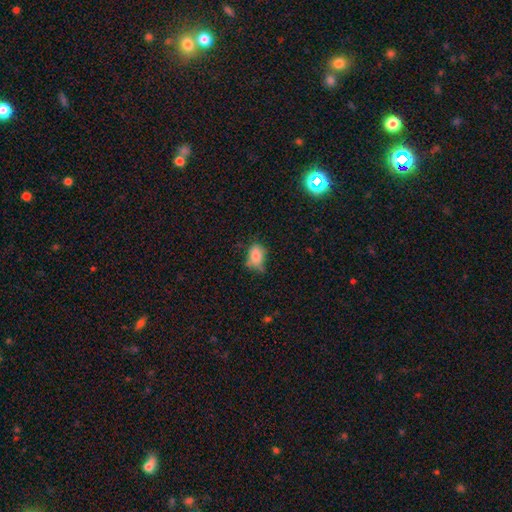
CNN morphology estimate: type=smooth (79%); roundness=in between (80%); merging=none (41%).